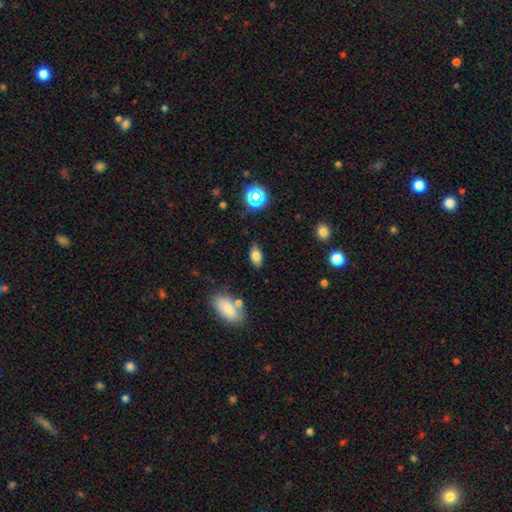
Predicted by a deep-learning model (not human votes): Smooth or featured?
  - smooth: 77% *
  - featured or disk: 12%
  - star or artifact: 11%
How rounded?
  - in between: 90% *
  - round: 6%
  - cigar-shaped: 4%
Merging?
  - none: 81% *
  - minor disturbance: 13%
  - major disturbance: 3%
  - merger: 3%